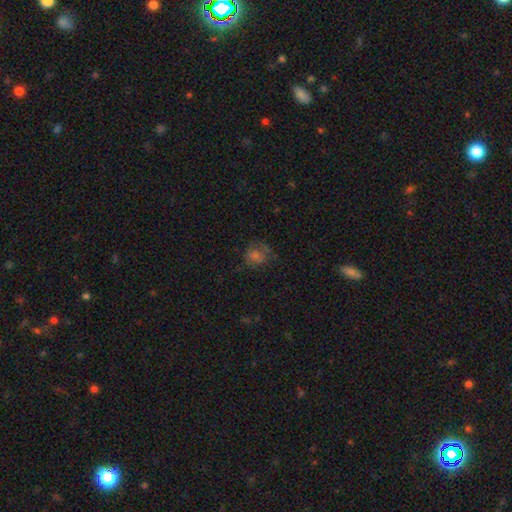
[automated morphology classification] type=smooth (57%); roundness=round (69%); merging=none (56%).